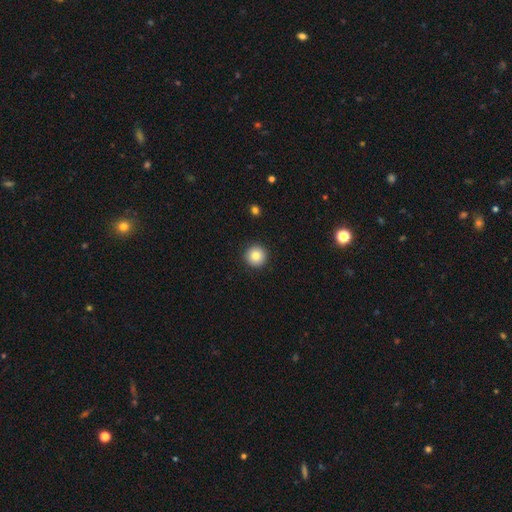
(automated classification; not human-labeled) Smooth or featured? Predicted: smooth (p=0.84). How rounded? Predicted: round (p=0.96). Merging? Predicted: none (p=0.93).